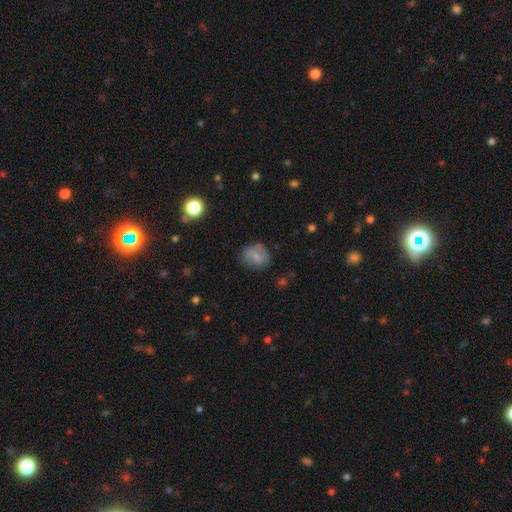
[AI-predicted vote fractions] This is likely a smooth galaxy (67%). How rounded: possibly round (60%). Merging: likely none (73%).